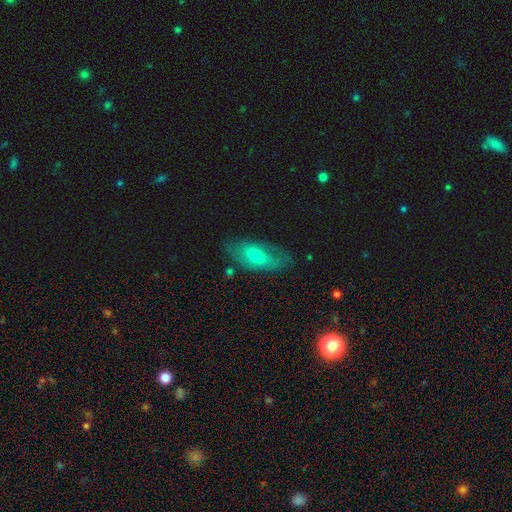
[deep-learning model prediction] Morphology: type=smooth (50%); merging=none (70%).